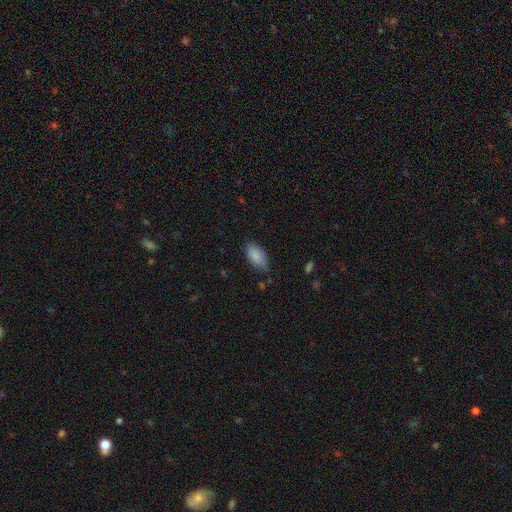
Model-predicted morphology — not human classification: Smooth or featured?
  - smooth: 86% *
  - star or artifact: 7%
  - featured or disk: 7%
How rounded?
  - in between: 93% *
  - cigar-shaped: 4%
  - round: 3%
Merging?
  - none: 70% *
  - minor disturbance: 24%
  - major disturbance: 4%
  - merger: 2%